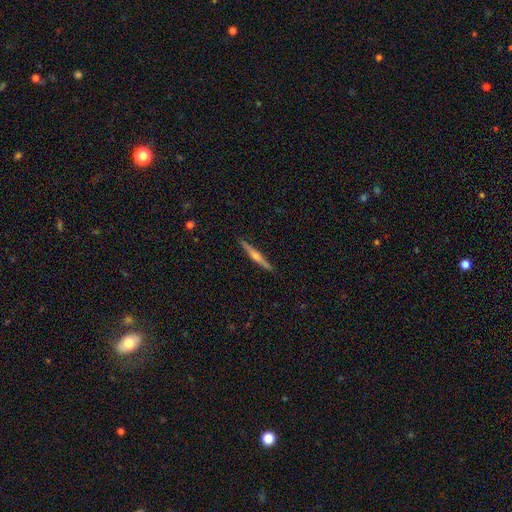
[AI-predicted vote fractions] Smooth or featured? featured or disk (74%)
Edge-on disk? yes (98%)
Edge-on bulge? rounded (84%)
Merging? none (92%)